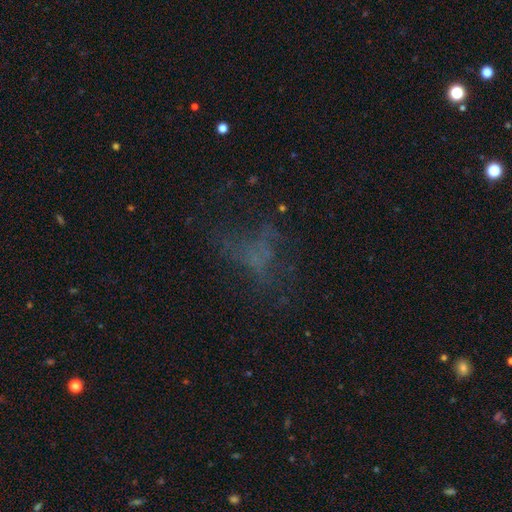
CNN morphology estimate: This is marginally a featured or disk galaxy (36%). Merging: possibly none (47%).